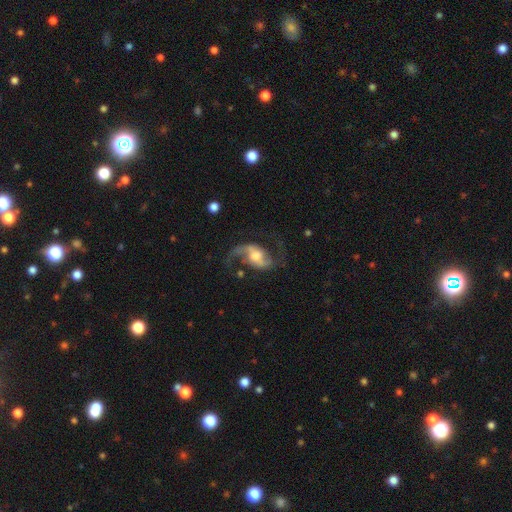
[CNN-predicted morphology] This appears to be a featured or disk galaxy (88%) with a weak bar (45%), 2 (91%) loose (62%) spiral arms (96%) and a moderate central bulge (58%). Merging: none (67%).